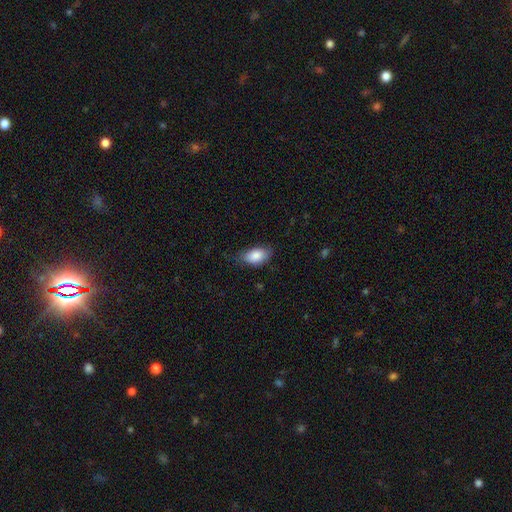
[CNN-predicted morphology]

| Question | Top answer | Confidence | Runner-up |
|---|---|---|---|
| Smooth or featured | smooth | 86% | featured or disk (7%) |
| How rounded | in between | 92% | round (5%) |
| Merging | none | 68% | minor disturbance (26%) |